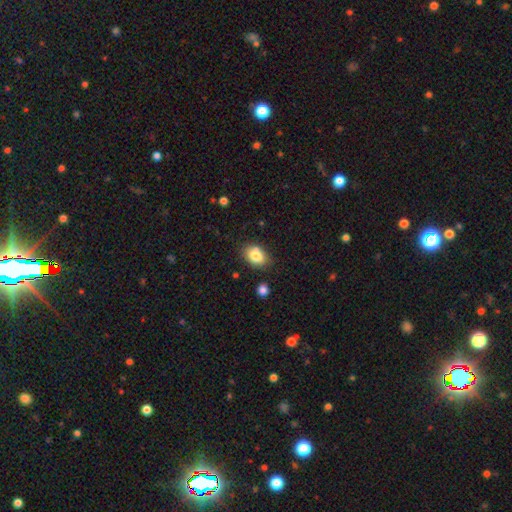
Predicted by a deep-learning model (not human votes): smooth-or-featured: smooth: 82% | star or artifact: 9% | featured or disk: 9%
  how-rounded: in between: 75% | round: 24% | cigar-shaped: 1%
  merging: none: 76% | minor disturbance: 16% | merger: 5% | major disturbance: 3%